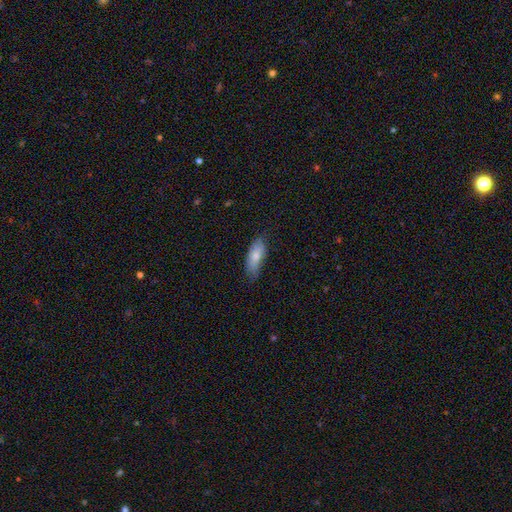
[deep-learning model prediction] Q: Smooth or featured?
A: smooth (79%); runner-up: featured or disk (15%)
Q: How rounded?
A: in between (76%); runner-up: cigar-shaped (22%)
Q: Merging?
A: none (65%); runner-up: minor disturbance (28%)